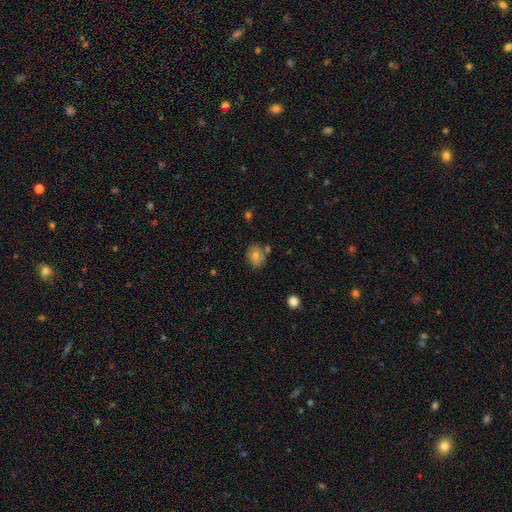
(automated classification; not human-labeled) Smooth or featured?
  - smooth: 71% *
  - featured or disk: 19%
  - star or artifact: 11%
How rounded?
  - round: 52% *
  - in between: 46%
  - cigar-shaped: 1%
Merging?
  - none: 72% *
  - minor disturbance: 15%
  - merger: 9%
  - major disturbance: 4%